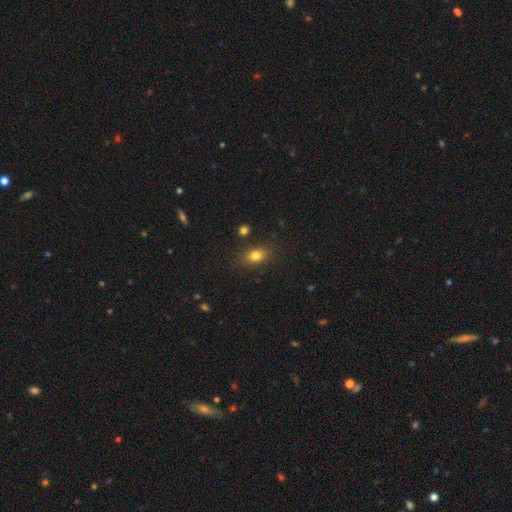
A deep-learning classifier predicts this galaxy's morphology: This appears to be a smooth galaxy with no disk features (79%) that is in between round and cigar-shaped (67%). Merging: none (81%).